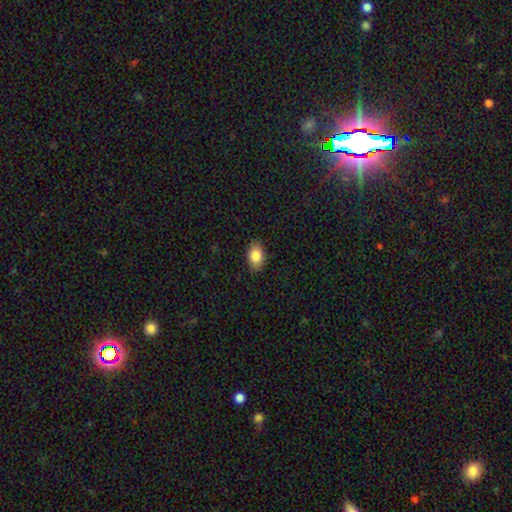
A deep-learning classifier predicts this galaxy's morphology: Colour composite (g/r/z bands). It shows a smooth galaxy with no disk features (84%) that is in between round and cigar-shaped (86%). Merging: none (87%).